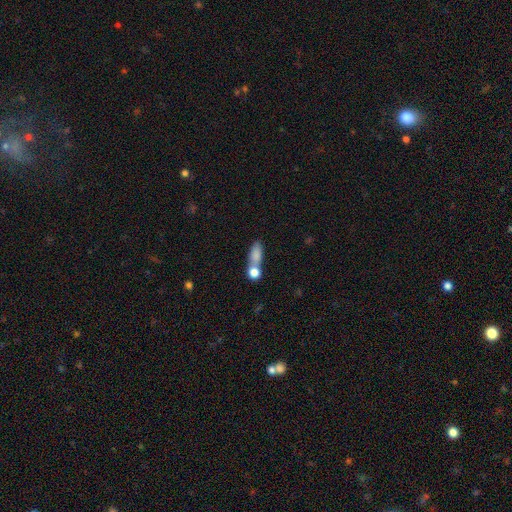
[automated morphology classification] This is likely a smooth galaxy (80%). How rounded: likely in between (62%). Merging: marginally merger (43%).